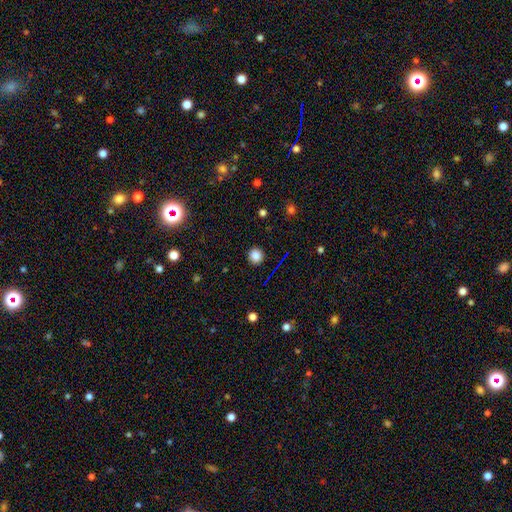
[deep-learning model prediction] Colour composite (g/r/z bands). It shows a smooth galaxy with no disk features (82%) that is round (92%). Merging: none (91%).